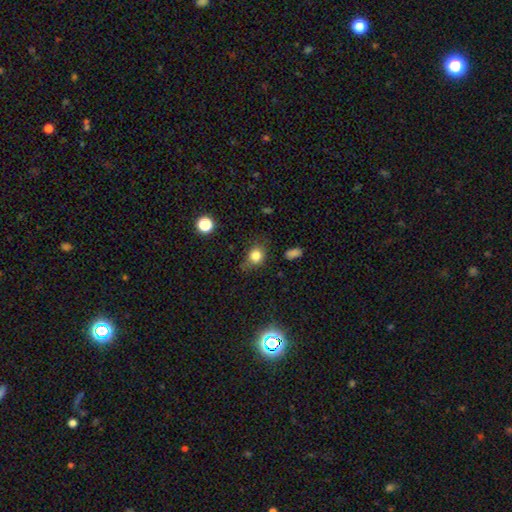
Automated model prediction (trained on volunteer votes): This appears to be a smooth galaxy with no disk features (80%) that is round (53%). Merging: none (64%).